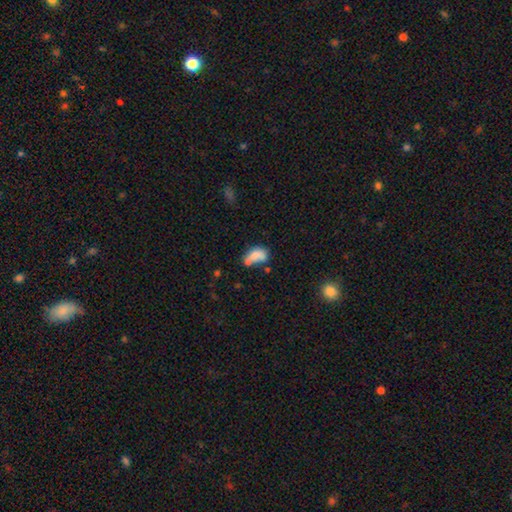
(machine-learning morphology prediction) Smooth or featured?
  - smooth: 70% *
  - featured or disk: 19%
  - star or artifact: 11%
How rounded?
  - in between: 85% *
  - round: 12%
  - cigar-shaped: 2%
Merging?
  - merger: 33% *
  - none: 28%
  - minor disturbance: 22%
  - major disturbance: 17%